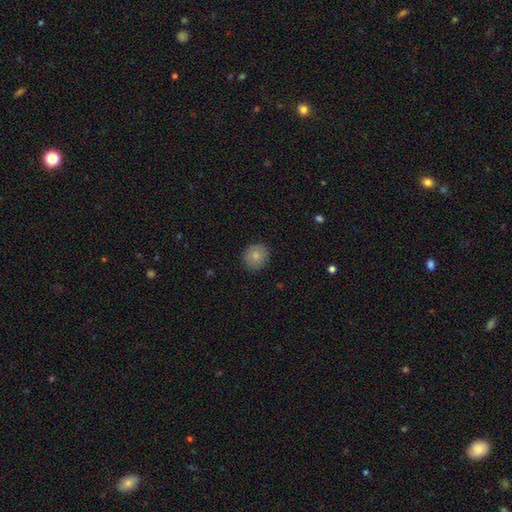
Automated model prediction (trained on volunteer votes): Smooth or featured: smooth — 82% (featured or disk — 9%)
How rounded: round — 85% (in between — 14%)
Merging: none — 88% (minor disturbance — 9%)